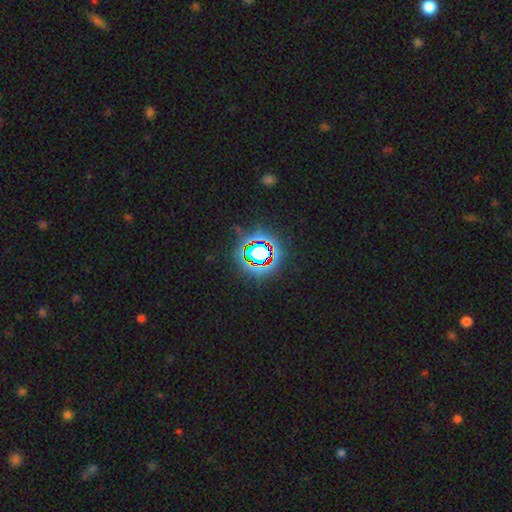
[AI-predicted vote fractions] Smooth or featured? star or artifact (81%)